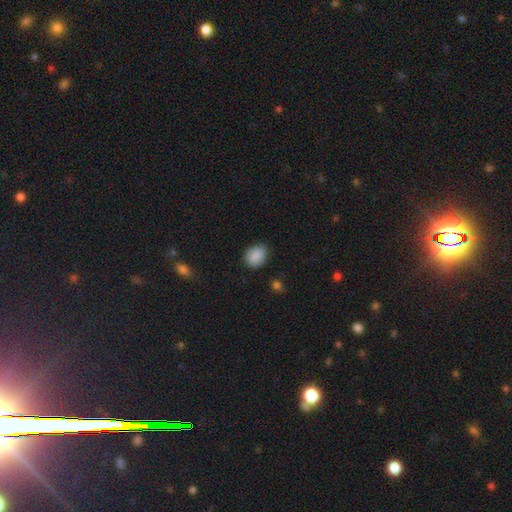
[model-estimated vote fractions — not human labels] Smooth or featured? smooth (88%)
How rounded? in between (52%)
Merging? none (79%)